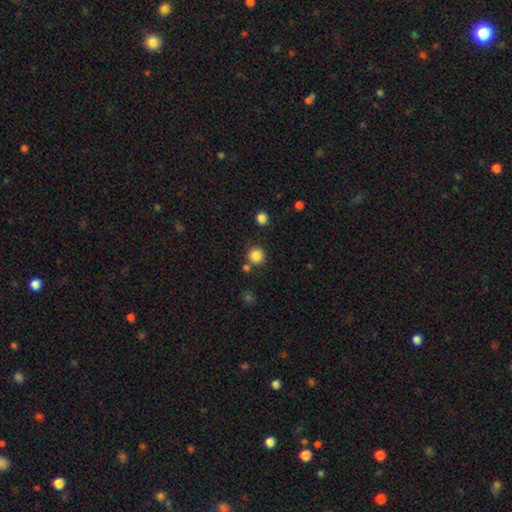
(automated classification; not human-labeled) A smooth galaxy with no disk features (84%) that is round (93%).

Vote fractions:
- Smooth or featured? smooth: 84% / star or artifact: 11% / featured or disk: 4%
- How rounded? round: 93% / in between: 6% / cigar-shaped: 1%
- Merging? none: 79% / merger: 10% / minor disturbance: 8% / major disturbance: 3%